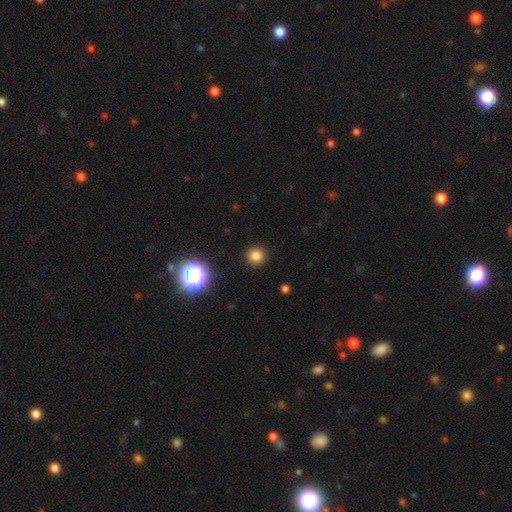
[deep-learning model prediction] Overall: smooth (80%). How rounded: round (94%). Merging: none (92%).